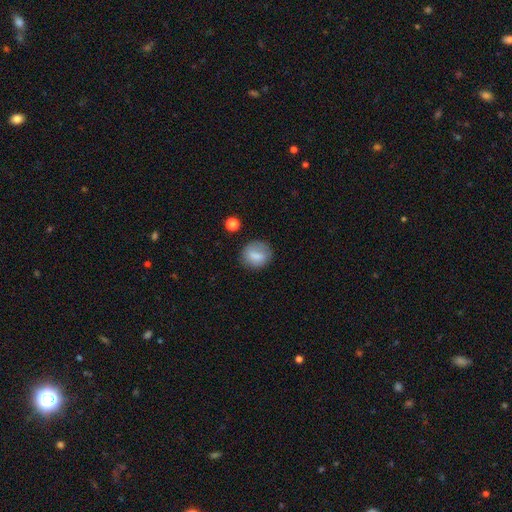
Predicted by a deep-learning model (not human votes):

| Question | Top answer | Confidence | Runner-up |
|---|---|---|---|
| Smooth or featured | smooth | 76% | featured or disk (15%) |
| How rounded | round | 68% | in between (30%) |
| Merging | none | 74% | minor disturbance (17%) |